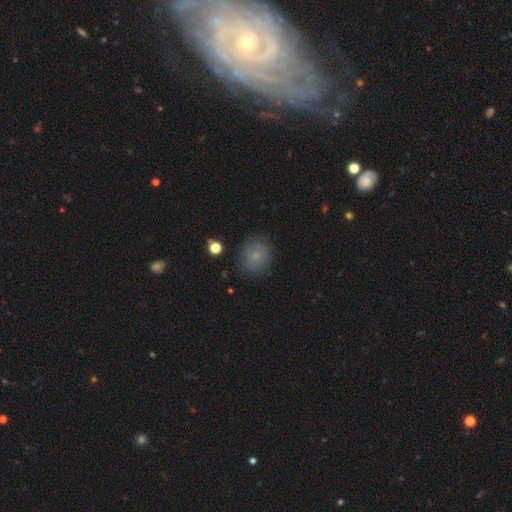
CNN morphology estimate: Smooth or featured? smooth (75%)
How rounded? round (73%)
Merging? none (80%)